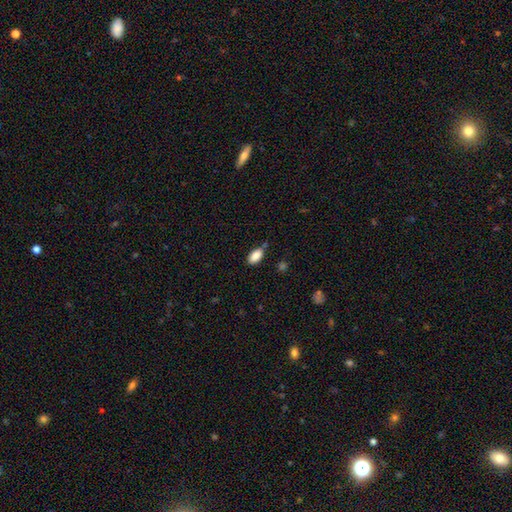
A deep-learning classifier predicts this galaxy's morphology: A smooth galaxy with no disk features (88%) that is in between round and cigar-shaped (92%).

Vote fractions:
- Smooth or featured? smooth: 88% / star or artifact: 8% / featured or disk: 5%
- How rounded? in between: 92% / cigar-shaped: 4% / round: 4%
- Merging? none: 72% / minor disturbance: 20% / merger: 4% / major disturbance: 4%